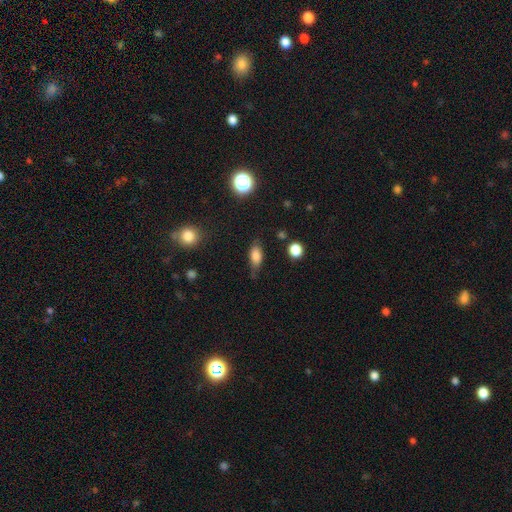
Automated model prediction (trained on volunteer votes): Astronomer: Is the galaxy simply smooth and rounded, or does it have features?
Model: smooth — 77%.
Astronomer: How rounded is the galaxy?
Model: in between — 82%.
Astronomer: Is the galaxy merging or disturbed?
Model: none — 64%.